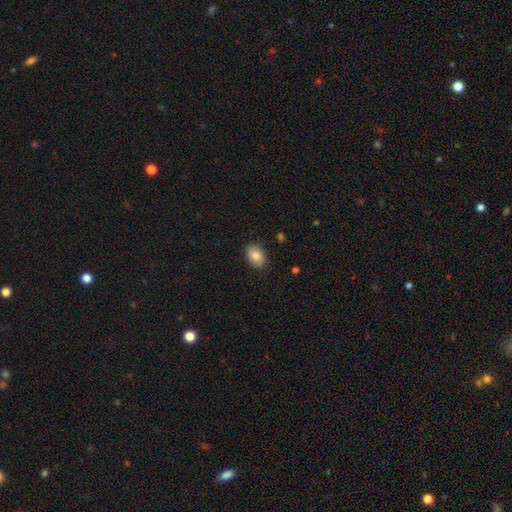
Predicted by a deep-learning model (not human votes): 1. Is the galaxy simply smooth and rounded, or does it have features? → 83% smooth, 10% featured or disk, 8% star or artifact.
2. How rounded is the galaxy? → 85% in between, 14% round, 1% cigar-shaped.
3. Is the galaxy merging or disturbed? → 87% none, 10% minor disturbance, 2% major disturbance, 1% merger.